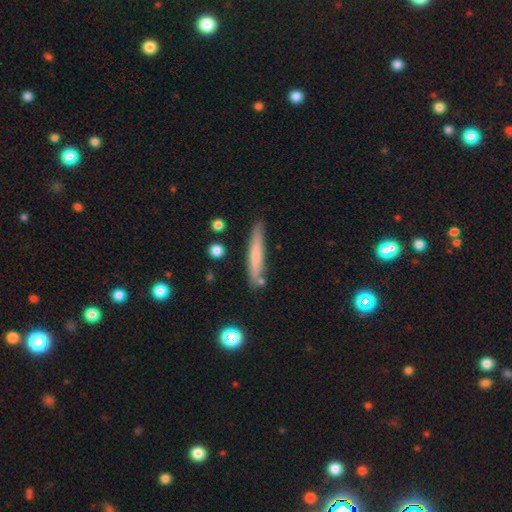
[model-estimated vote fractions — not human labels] smooth 64%, featured or disk 29%, star or artifact 7%. Down the decision tree: how rounded — cigar-shaped (94%); merging — none (82%).